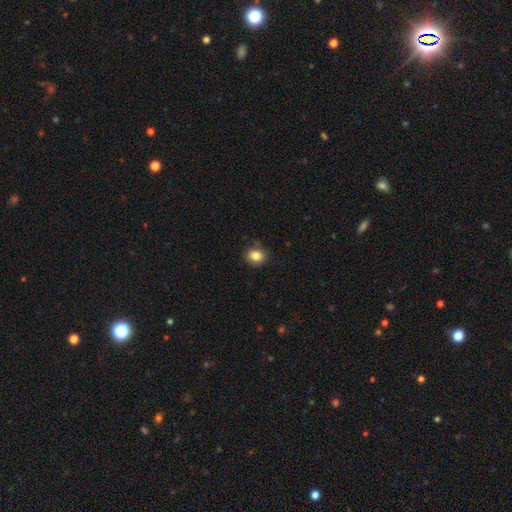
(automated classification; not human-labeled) Morphology: type=smooth (84%); roundness=round (69%); merging=none (80%).